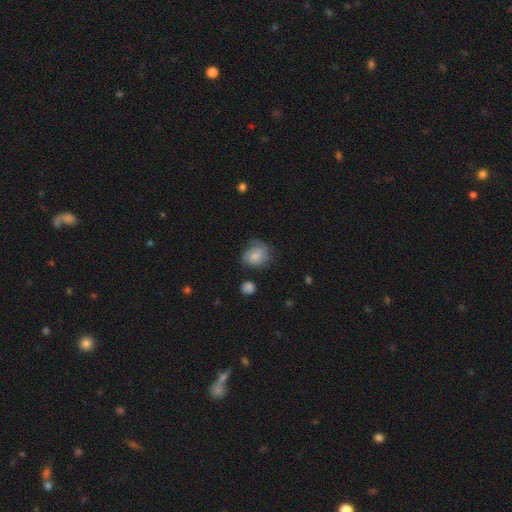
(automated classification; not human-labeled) smooth_or_featured: smooth (p=0.70) [alt: featured or disk p=0.22]
how_rounded: round (p=0.56) [alt: in between p=0.43]
merging: none (p=0.52) [alt: minor disturbance p=0.31]